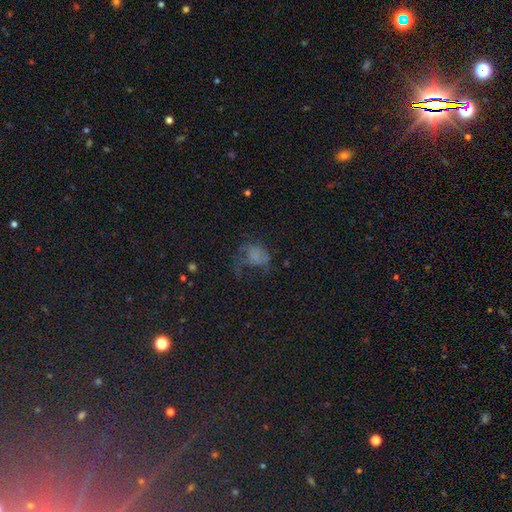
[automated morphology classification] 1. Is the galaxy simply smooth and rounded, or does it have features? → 53% smooth, 25% featured or disk, 22% star or artifact.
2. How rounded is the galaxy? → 61% in between, 37% round, 1% cigar-shaped.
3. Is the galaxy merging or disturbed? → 43% major disturbance, 31% none, 22% minor disturbance, 3% merger.